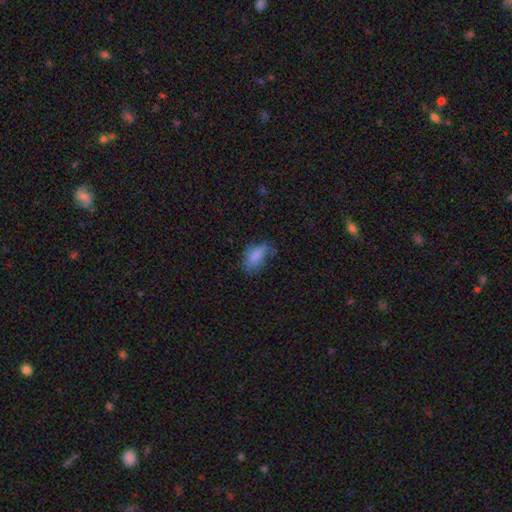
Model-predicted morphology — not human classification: Overall: smooth (76%). How rounded: in between (90%). Merging: none (50%; minor disturbance 30%).